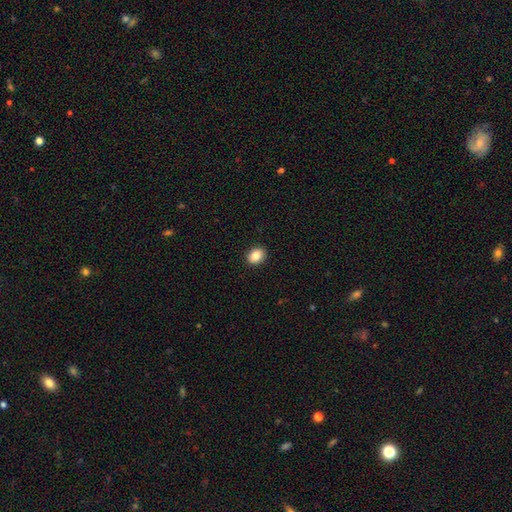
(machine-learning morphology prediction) smooth_or_featured: smooth (p=0.86) [alt: star or artifact p=0.09]
how_rounded: in between (p=0.62) [alt: round p=0.37]
merging: none (p=0.91) [alt: minor disturbance p=0.06]